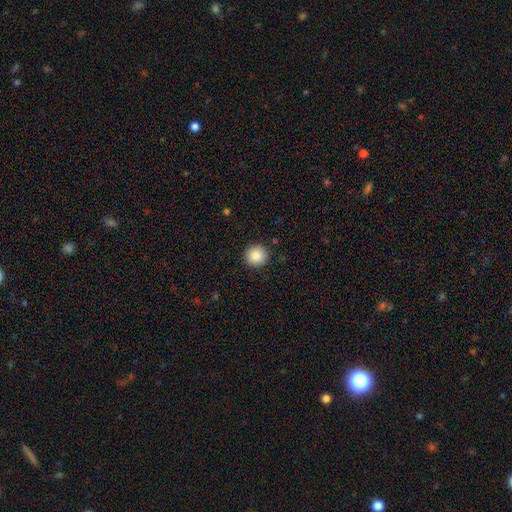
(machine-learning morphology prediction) A smooth galaxy with no disk features (85%) that is round (94%).

Vote fractions:
- Smooth or featured? smooth: 85% / star or artifact: 9% / featured or disk: 6%
- How rounded? round: 94% / in between: 5% / cigar-shaped: 1%
- Merging? none: 91% / minor disturbance: 6% / major disturbance: 2% / merger: 1%